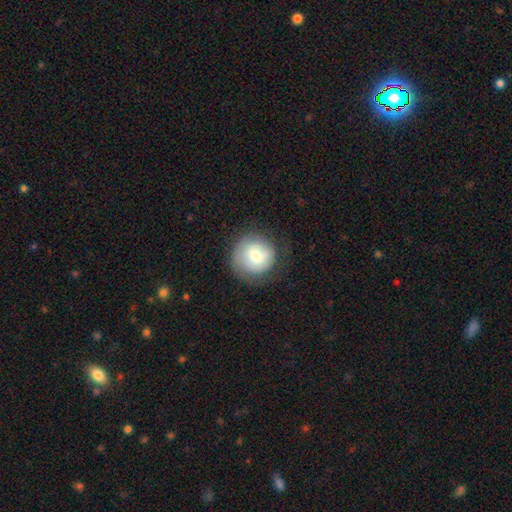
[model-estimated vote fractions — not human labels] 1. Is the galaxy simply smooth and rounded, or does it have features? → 63% smooth, 30% featured or disk, 8% star or artifact.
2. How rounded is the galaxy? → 92% round, 7% in between, 1% cigar-shaped.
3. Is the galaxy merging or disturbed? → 69% none, 19% minor disturbance, 11% major disturbance, 1% merger.